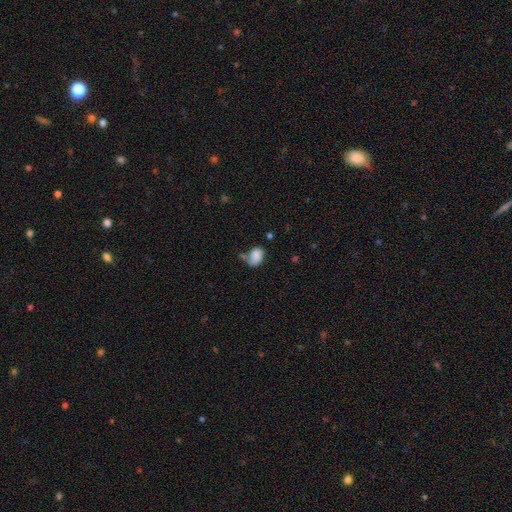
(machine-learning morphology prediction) A smooth galaxy with no disk features (81%) that is in between round and cigar-shaped (75%). Merging: none (43%).